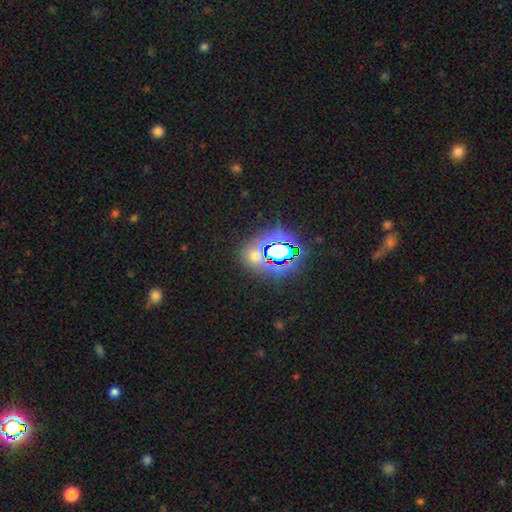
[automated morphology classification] The model was most divided on "smooth or featured": star or artifact: 56%, smooth: 35%, featured or disk: 9%.